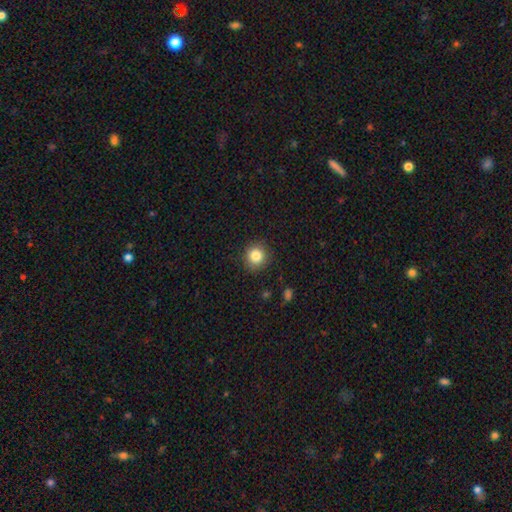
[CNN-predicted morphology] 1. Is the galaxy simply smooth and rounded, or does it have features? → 84% smooth, 11% star or artifact, 6% featured or disk.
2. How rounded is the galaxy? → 91% round, 8% in between, 1% cigar-shaped.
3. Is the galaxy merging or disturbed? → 88% none, 8% minor disturbance, 3% major disturbance, 1% merger.